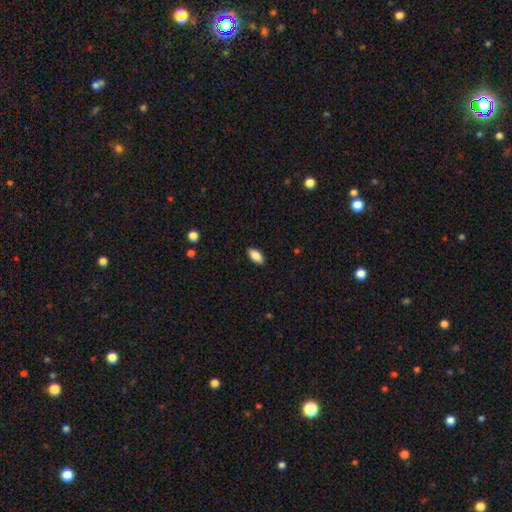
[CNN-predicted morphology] type=smooth (88%); roundness=in between (90%); merging=none (89%).